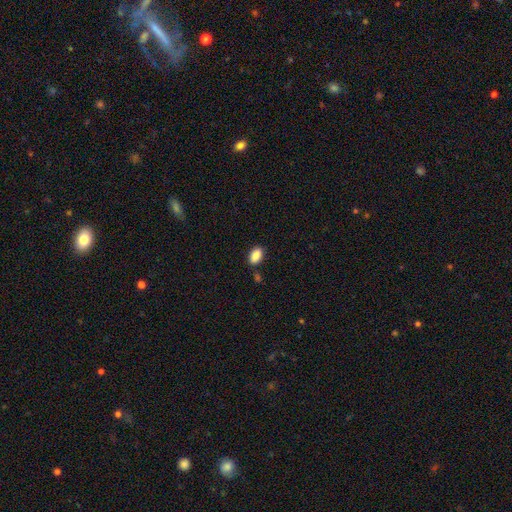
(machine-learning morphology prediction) Q: Smooth or featured?
A: smooth (89%); runner-up: star or artifact (7%)
Q: How rounded?
A: in between (93%); runner-up: round (5%)
Q: Merging?
A: none (81%); runner-up: minor disturbance (12%)